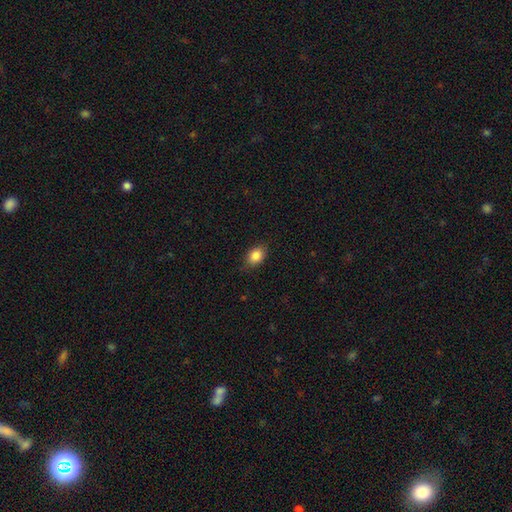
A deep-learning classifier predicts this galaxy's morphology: smooth-or-featured: smooth: 86% | star or artifact: 8% | featured or disk: 6%
  how-rounded: in between: 75% | round: 23% | cigar-shaped: 2%
  merging: none: 83% | minor disturbance: 13% | major disturbance: 3% | merger: 1%